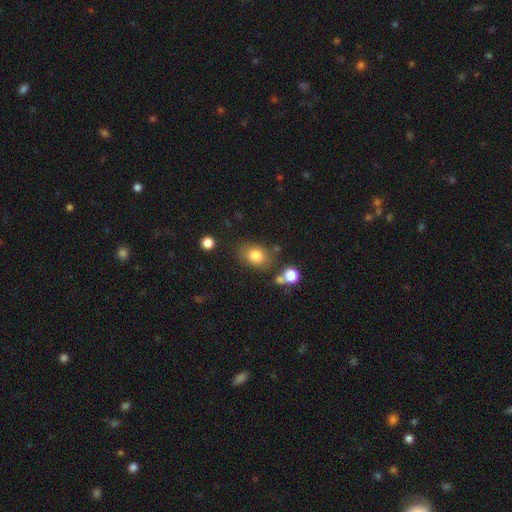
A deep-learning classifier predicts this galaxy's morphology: The model was most divided on "how rounded": in between: 63%, round: 36%, cigar-shaped: 1%. More confident: smooth or featured — smooth (81%); merging — none (73%).